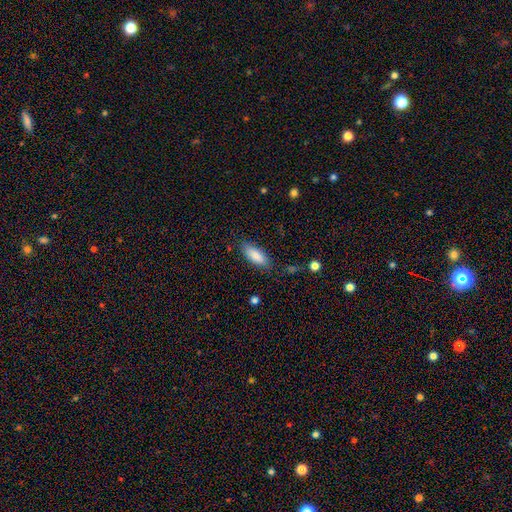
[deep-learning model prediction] Smooth or featured? Predicted: smooth (p=0.86). How rounded? Predicted: in between (p=0.75). Merging? Predicted: none (p=0.80).